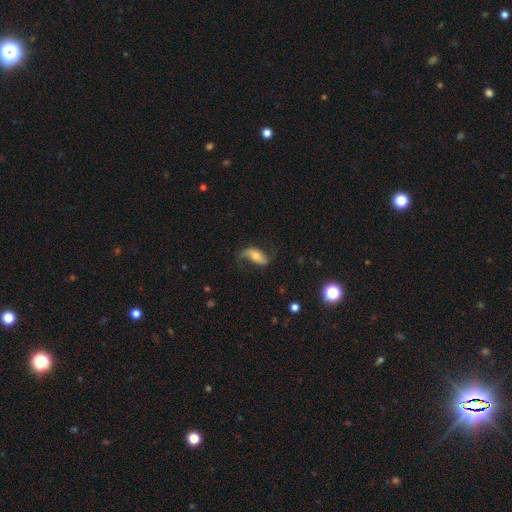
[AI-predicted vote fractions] The model was most divided on "smooth or featured": featured or disk: 56%, smooth: 36%, star or artifact: 8%. More confident: edge-on disk — no (87%); merging — none (62%).